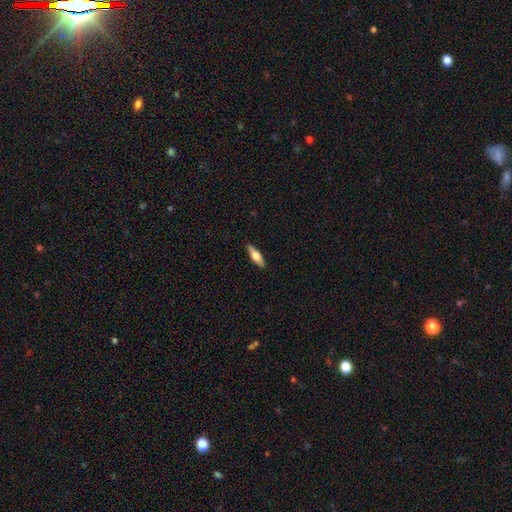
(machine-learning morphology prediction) Smooth or featured?
  - smooth: 58% *
  - featured or disk: 36%
  - star or artifact: 6%
How rounded?
  - cigar-shaped: 53% *
  - in between: 44%
  - round: 2%
Merging?
  - none: 89% *
  - minor disturbance: 8%
  - major disturbance: 2%
  - merger: 1%